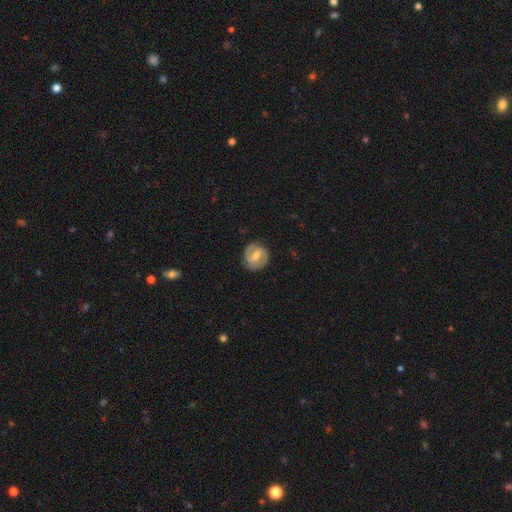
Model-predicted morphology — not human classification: Smooth or featured? featured or disk (71%)
Edge-on disk? no (98%)
Bar? weak (52%)
Spiral arms? yes (90%)
Spiral winding? medium (46%)
Spiral arm count? 2 (87%)
Bulge size? moderate (58%)
Merging? none (83%)